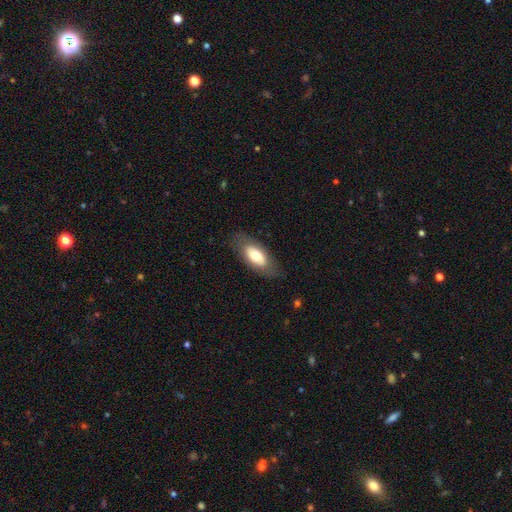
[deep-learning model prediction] smooth 65%, featured or disk 28%, star or artifact 6%. Down the decision tree: how rounded — in between (88%); merging — none (79%).